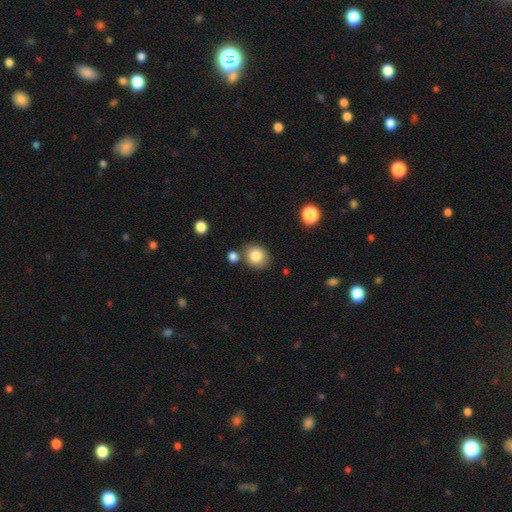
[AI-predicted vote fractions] Smooth or featured: smooth — 84% (star or artifact — 9%)
How rounded: round — 70% (in between — 29%)
Merging: none — 74% (minor disturbance — 12%)